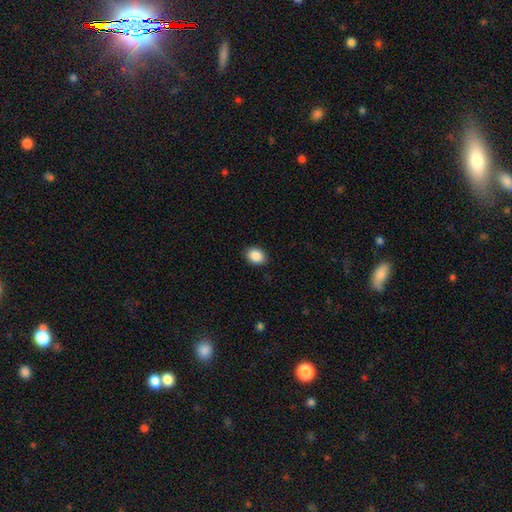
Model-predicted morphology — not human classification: smooth-or-featured: smooth: 89% | star or artifact: 8% | featured or disk: 3%
  how-rounded: in between: 69% | round: 30% | cigar-shaped: 1%
  merging: none: 89% | minor disturbance: 8% | major disturbance: 2% | merger: 1%